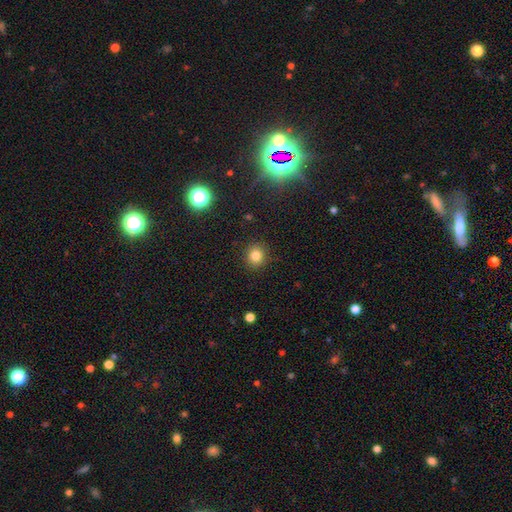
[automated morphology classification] This is clearly a smooth galaxy (82%). How rounded: clearly round (87%). Merging: clearly none (90%).